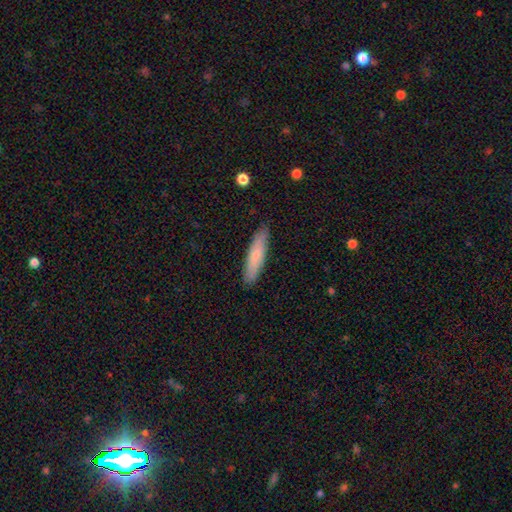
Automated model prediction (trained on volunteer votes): smooth_or_featured: smooth (p=0.75) [alt: featured or disk p=0.20]
how_rounded: cigar-shaped (p=0.81) [alt: in between p=0.18]
merging: none (p=0.88) [alt: minor disturbance p=0.09]